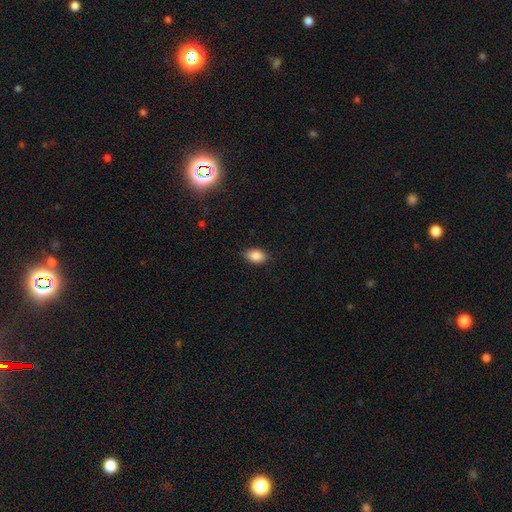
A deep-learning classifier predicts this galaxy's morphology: The model was most divided on "how rounded": in between: 86%, round: 12%, cigar-shaped: 1%. More confident: smooth or featured — smooth (88%); merging — none (85%).